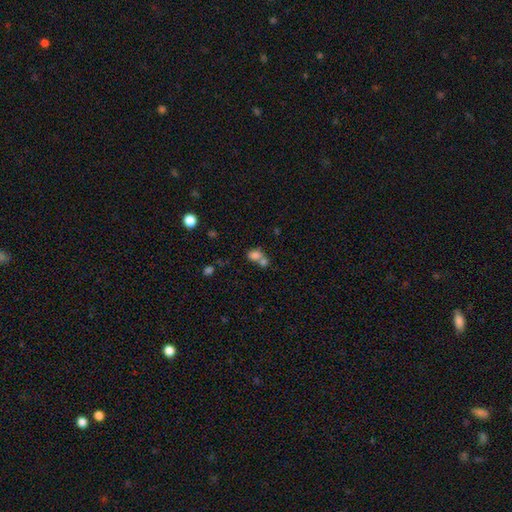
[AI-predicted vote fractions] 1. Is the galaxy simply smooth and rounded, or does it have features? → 77% smooth, 12% star or artifact, 11% featured or disk.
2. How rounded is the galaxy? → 58% in between, 40% round, 2% cigar-shaped.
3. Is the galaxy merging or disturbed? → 59% merger, 29% none, 8% minor disturbance, 4% major disturbance.